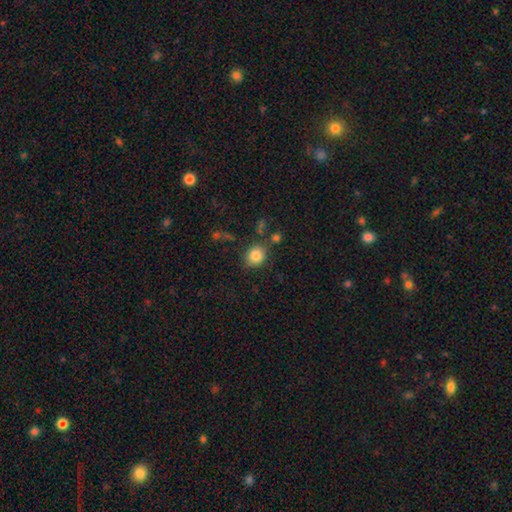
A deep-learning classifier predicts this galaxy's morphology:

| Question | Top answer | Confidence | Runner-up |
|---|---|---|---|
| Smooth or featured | smooth | 83% | star or artifact (10%) |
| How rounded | round | 65% | in between (34%) |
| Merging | none | 75% | minor disturbance (14%) |